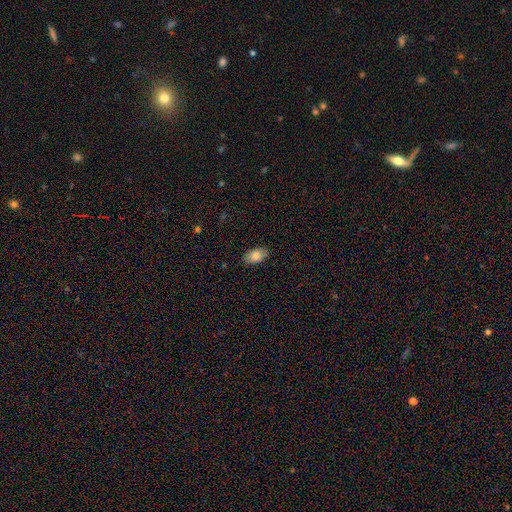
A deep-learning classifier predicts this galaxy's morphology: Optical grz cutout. It shows a smooth galaxy with no disk features (82%) that is in between round and cigar-shaped (93%). Merging: none (87%).